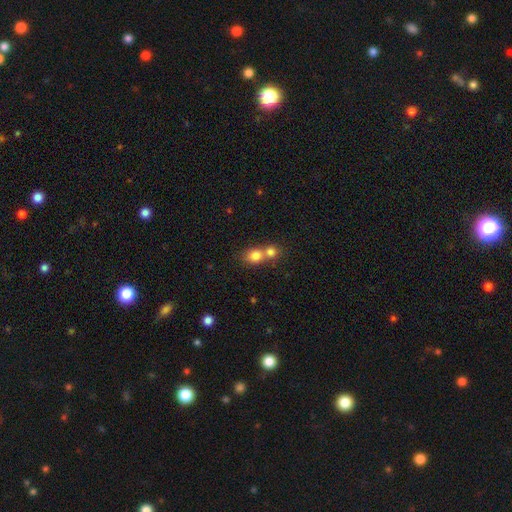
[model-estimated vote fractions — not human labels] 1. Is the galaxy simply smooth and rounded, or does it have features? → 79% smooth, 11% star or artifact, 10% featured or disk.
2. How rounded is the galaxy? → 65% round, 34% in between, 1% cigar-shaped.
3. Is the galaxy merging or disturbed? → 59% merger, 32% none, 6% minor disturbance, 3% major disturbance.